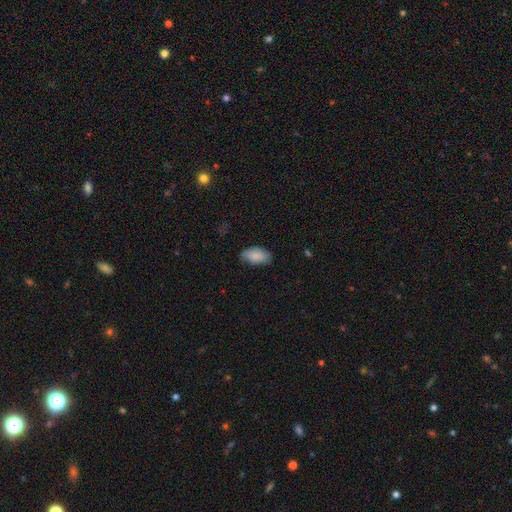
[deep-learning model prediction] The model was most divided on "merging": none: 70%, minor disturbance: 24%, major disturbance: 4%, merger: 1%. More confident: how rounded — in between (94%); smooth or featured — smooth (85%).